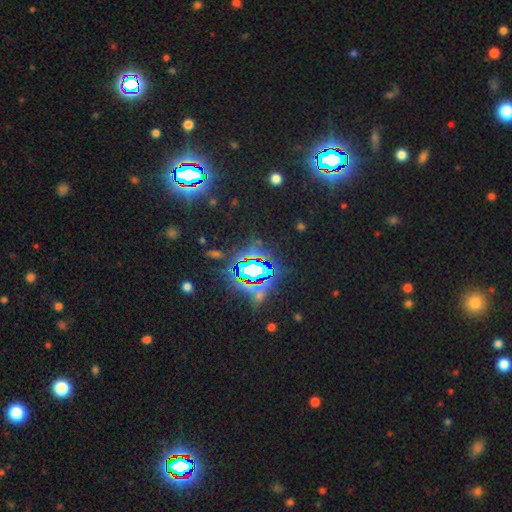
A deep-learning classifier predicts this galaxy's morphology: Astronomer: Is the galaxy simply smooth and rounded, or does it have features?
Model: star or artifact — 84%.